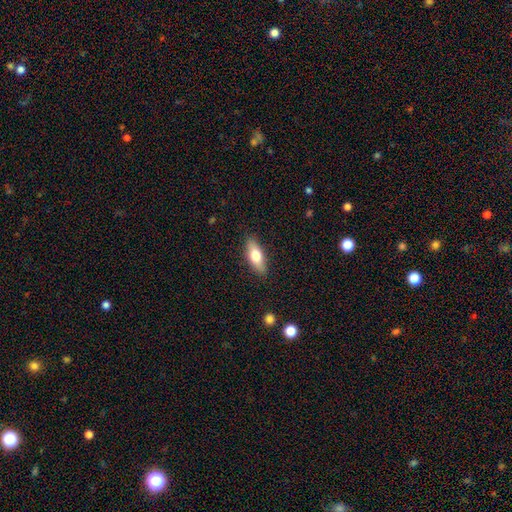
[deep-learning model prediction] smooth-or-featured: smooth: 68% | featured or disk: 26% | star or artifact: 6%
  how-rounded: in between: 70% | cigar-shaped: 26% | round: 3%
  merging: none: 87% | minor disturbance: 10% | major disturbance: 2% | merger: 1%